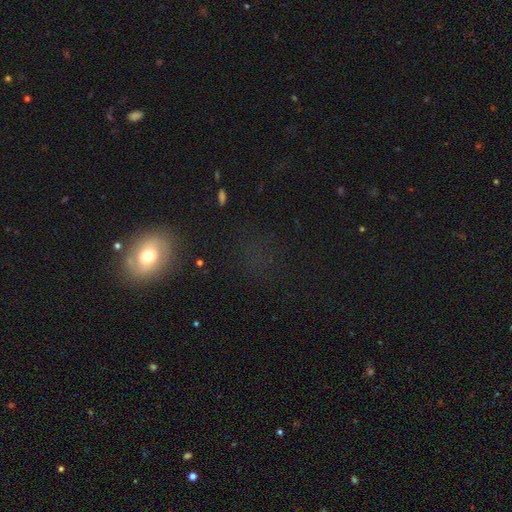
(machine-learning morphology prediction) Smooth or featured?
  - smooth: 48% *
  - star or artifact: 37%
  - featured or disk: 15%
Merging?
  - none: 77% *
  - minor disturbance: 12%
  - major disturbance: 8%
  - merger: 4%